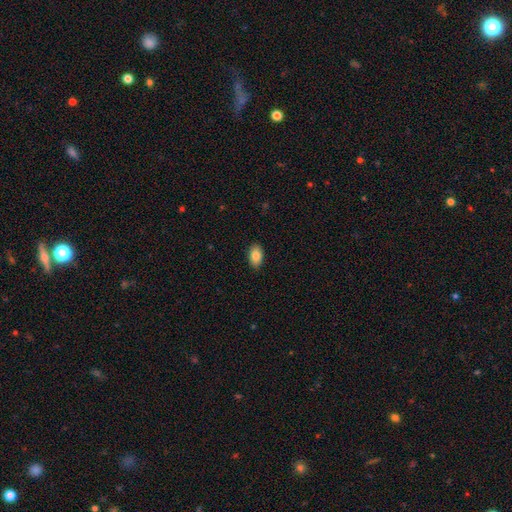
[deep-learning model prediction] Smooth or featured? Predicted: smooth (p=0.85). How rounded? Predicted: in between (p=0.92). Merging? Predicted: none (p=0.89).